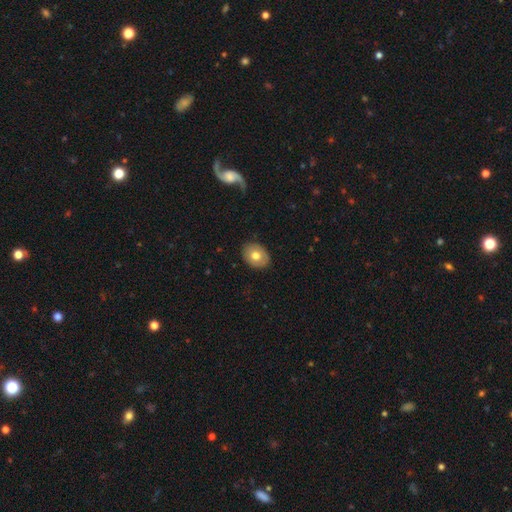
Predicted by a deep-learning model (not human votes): Overall: smooth (72%). How rounded: in between (62%; round 37%). Merging: none (88%).